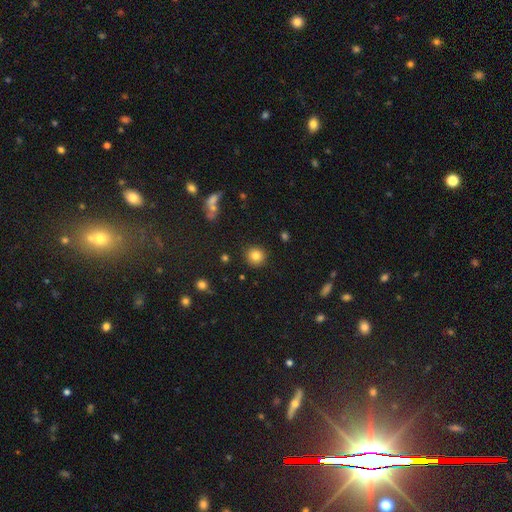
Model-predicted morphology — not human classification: A smooth galaxy with no disk features (83%) that is round (92%).

Vote fractions:
- Smooth or featured? smooth: 83% / star or artifact: 11% / featured or disk: 6%
- How rounded? round: 92% / in between: 7% / cigar-shaped: 1%
- Merging? none: 90% / minor disturbance: 6% / major disturbance: 2% / merger: 2%